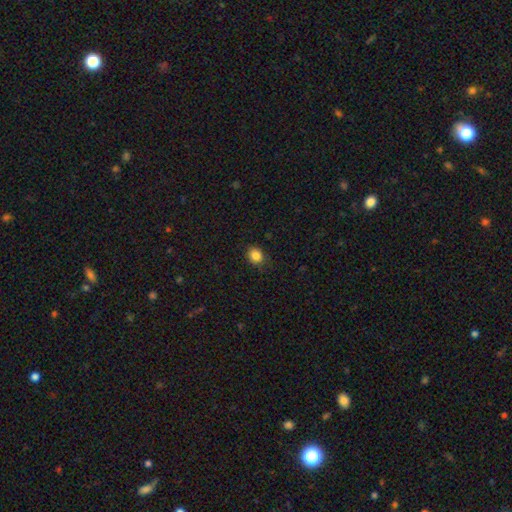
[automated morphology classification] smooth-or-featured: smooth: 85% | star or artifact: 11% | featured or disk: 4%
  how-rounded: round: 70% | in between: 29% | cigar-shaped: 1%
  merging: none: 82% | minor disturbance: 14% | major disturbance: 3% | merger: 1%